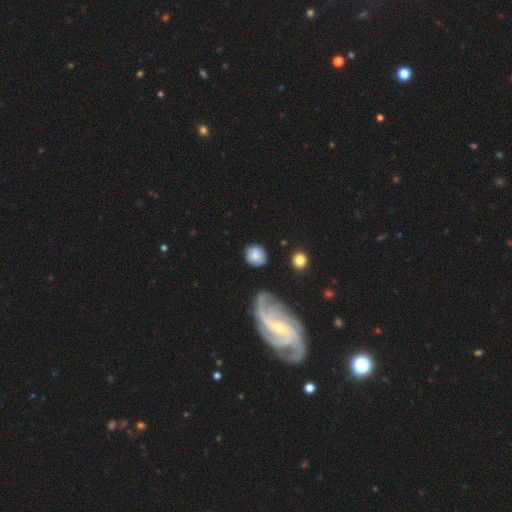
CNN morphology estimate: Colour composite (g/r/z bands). It shows a smooth galaxy with no disk features (66%) that is round (83%). Merging: none (76%).